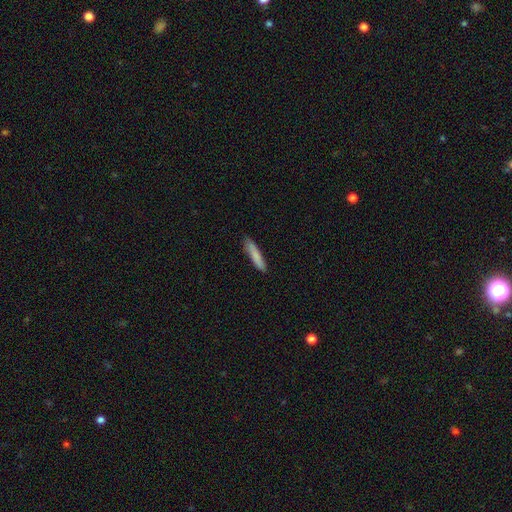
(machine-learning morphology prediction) Q: Smooth or featured?
A: smooth (83%); runner-up: featured or disk (11%)
Q: How rounded?
A: cigar-shaped (90%); runner-up: in between (9%)
Q: Merging?
A: none (87%); runner-up: minor disturbance (10%)